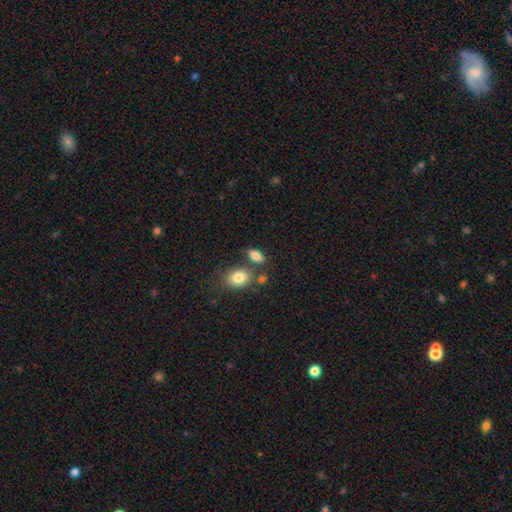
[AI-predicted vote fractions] This is clearly a smooth galaxy (83%). How rounded: clearly in between (84%). Merging: likely none (66%).